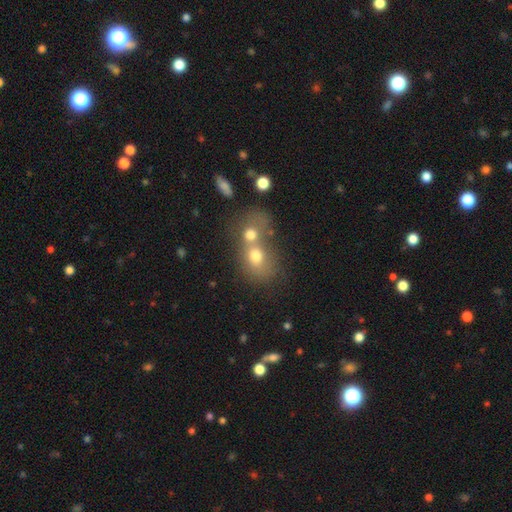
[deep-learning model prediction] Smooth or featured: smooth — 66% (featured or disk — 22%)
How rounded: round — 55% (in between — 43%)
Merging: merger — 69% (none — 19%)